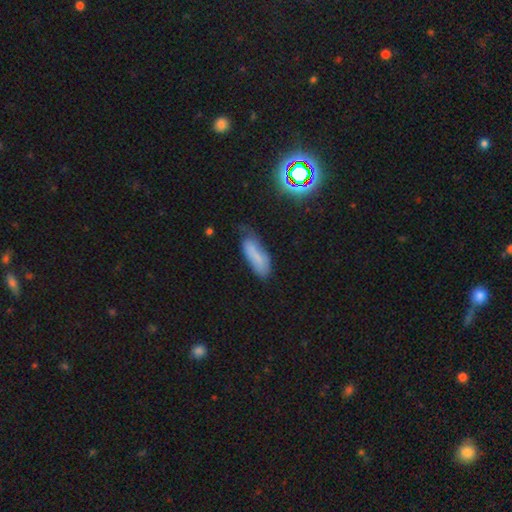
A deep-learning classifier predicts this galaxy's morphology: type=smooth (67%); roundness=in between (68%); merging=none (45%).